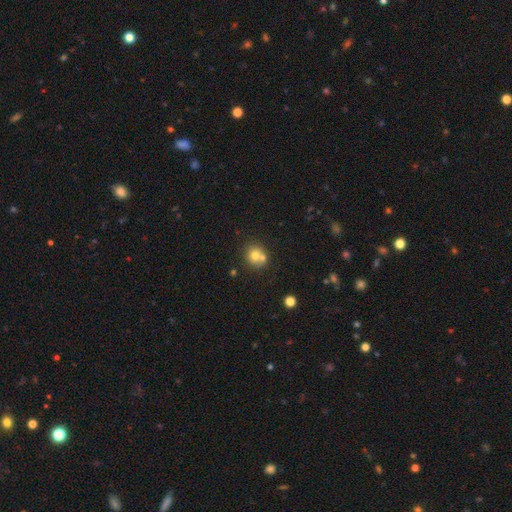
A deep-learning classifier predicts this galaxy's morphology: This appears to be a smooth galaxy with no disk features (72%) that is round (81%). Merging: none (51%).